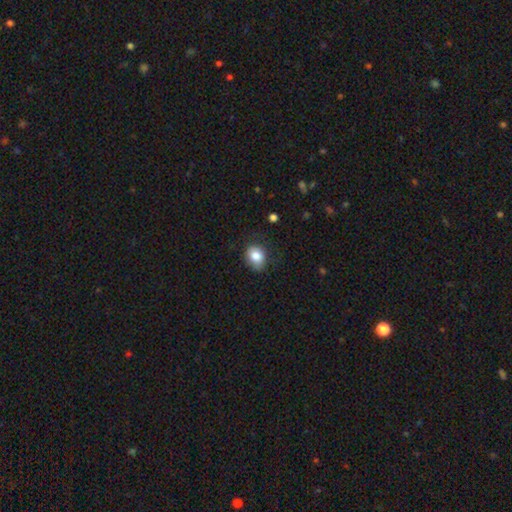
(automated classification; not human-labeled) A smooth galaxy with no disk features (83%) that is in between round and cigar-shaped (50%). Merging: none (69%).